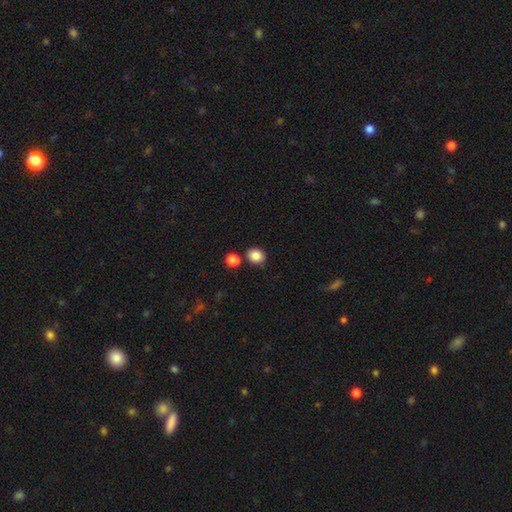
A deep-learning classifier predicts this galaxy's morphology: This appears to be a smooth galaxy with no disk features (86%) that is round (70%). Merging: none (75%).